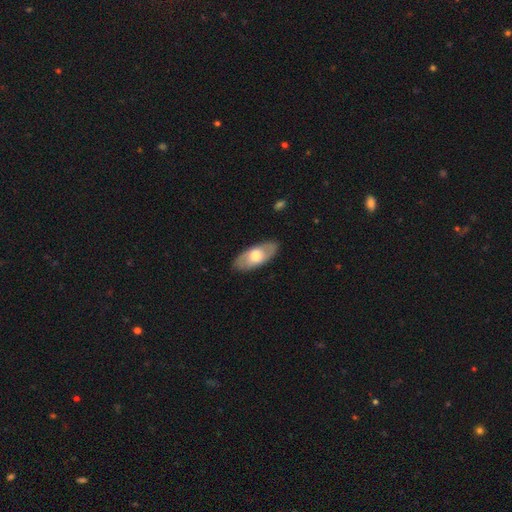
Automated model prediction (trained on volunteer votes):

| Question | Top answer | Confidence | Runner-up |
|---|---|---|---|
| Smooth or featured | smooth | 53% | featured or disk (42%) |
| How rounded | in between | 88% | cigar-shaped (9%) |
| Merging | none | 86% | minor disturbance (10%) |